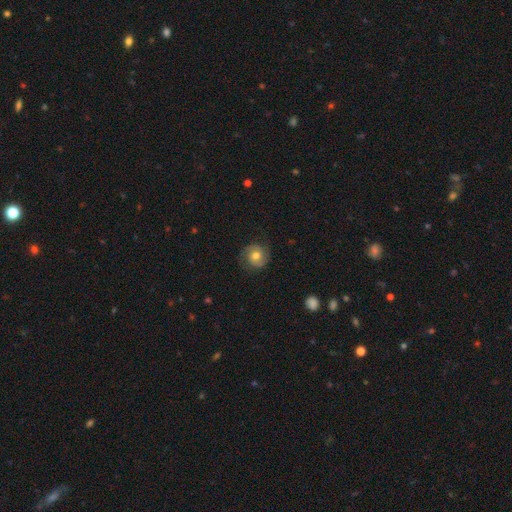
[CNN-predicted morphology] This appears to be a featured or disk galaxy (56%) with no bar (75%), spiral arms (87%) and a moderate central bulge (74%). Merging: none (80%).